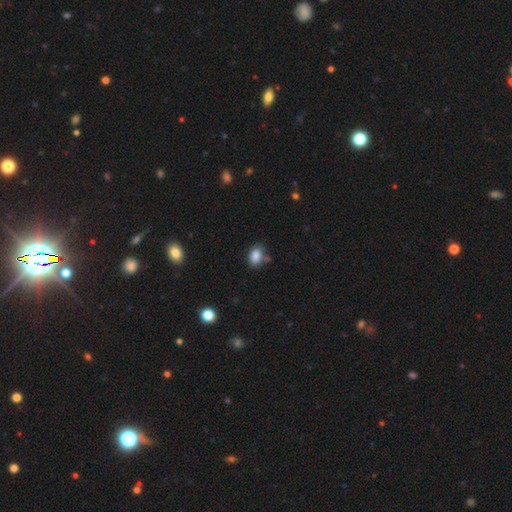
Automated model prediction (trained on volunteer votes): This appears to be a smooth galaxy with no disk features (85%) that is in between round and cigar-shaped (83%). Merging: none (65%).